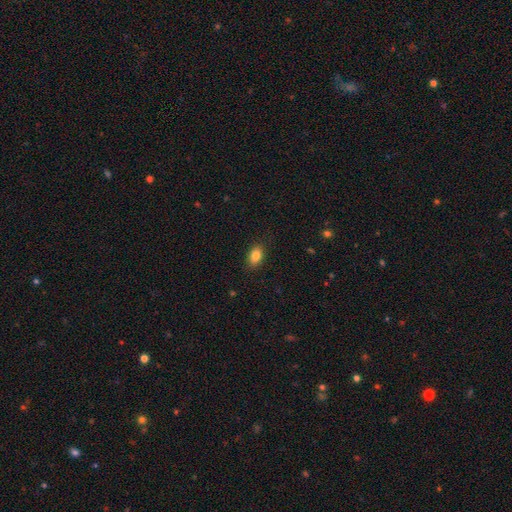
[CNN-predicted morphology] smooth_or_featured: smooth (p=0.84) [alt: star or artifact p=0.09]
how_rounded: in between (p=0.85) [alt: round p=0.13]
merging: none (p=0.87) [alt: minor disturbance p=0.10]